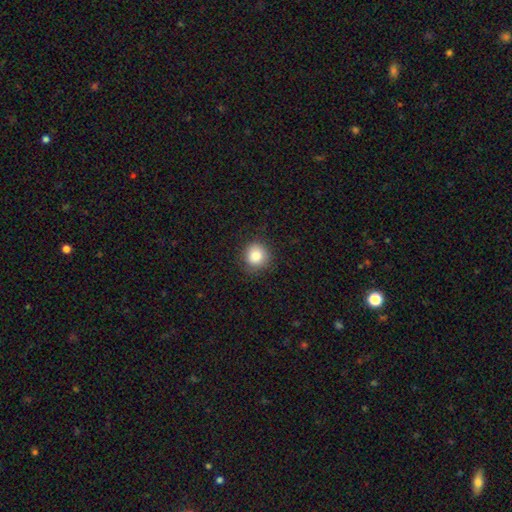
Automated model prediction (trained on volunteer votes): Smooth or featured? smooth (84%)
How rounded? round (89%)
Merging? none (87%)